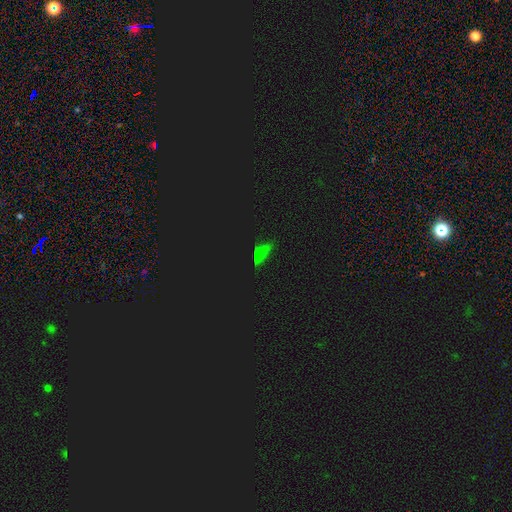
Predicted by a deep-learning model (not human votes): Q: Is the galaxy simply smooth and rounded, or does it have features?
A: star or artifact — 55%.